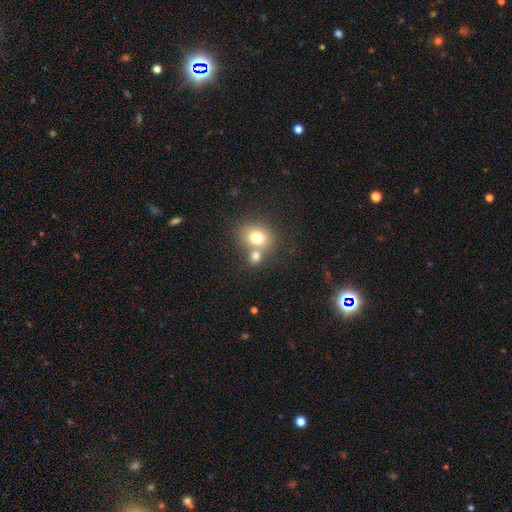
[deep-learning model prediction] Morphology: type=smooth (75%); roundness=round (65%); merging=merger (47%).